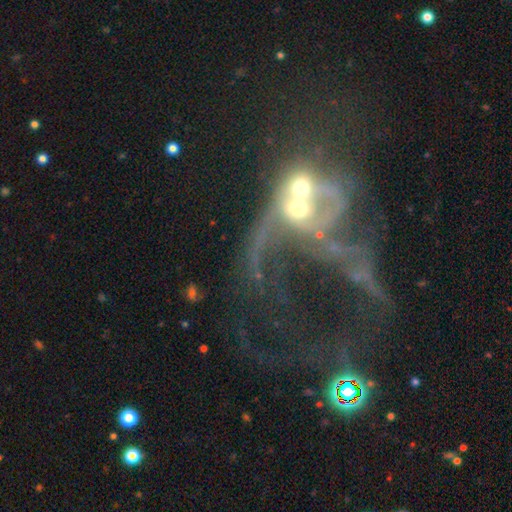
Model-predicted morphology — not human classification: smooth_or_featured: featured or disk (p=0.67) [alt: star or artifact p=0.17]
disk_edge_on: no (p=0.95) [alt: yes p=0.05]
bar: no (p=0.77) [alt: weak p=0.17]
has_spiral_arms: no (p=0.50) [tied with: yes p=0.50]
bulge_size: moderate (p=0.51) [alt: small p=0.29]
merging: merger (p=0.60) [alt: major disturbance p=0.26]